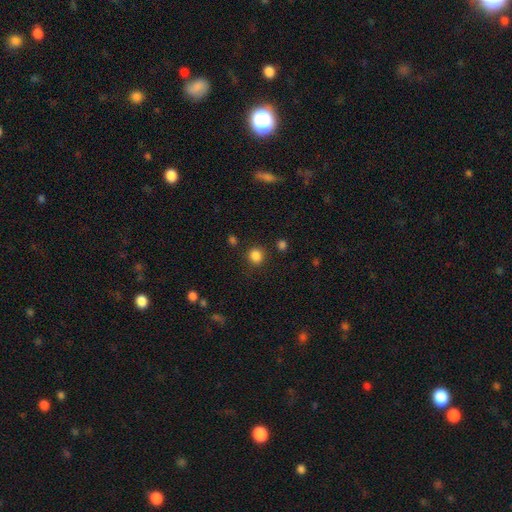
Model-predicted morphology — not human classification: type=smooth (85%); roundness=round (84%); merging=none (85%).